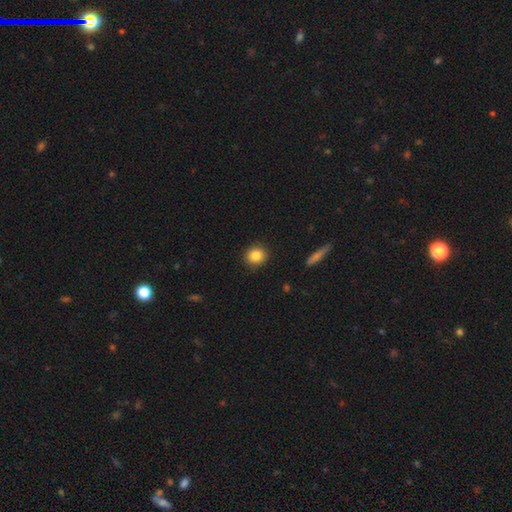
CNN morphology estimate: smooth_or_featured: smooth (p=0.85) [alt: star or artifact p=0.09]
how_rounded: round (p=0.83) [alt: in between p=0.15]
merging: none (p=0.90) [alt: minor disturbance p=0.07]